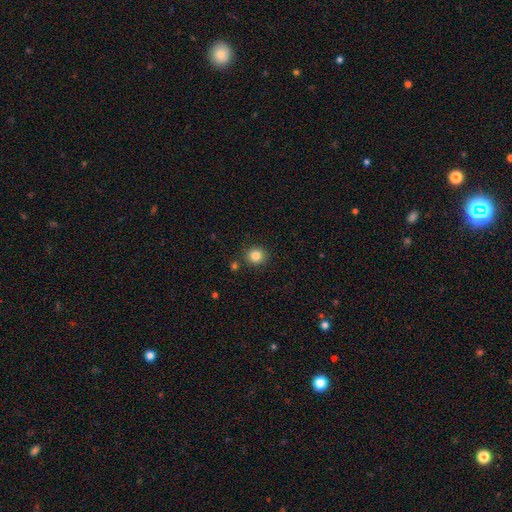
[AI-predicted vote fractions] smooth 83%, star or artifact 11%, featured or disk 5%. Down the decision tree: how rounded — round (90%); merging — none (87%).